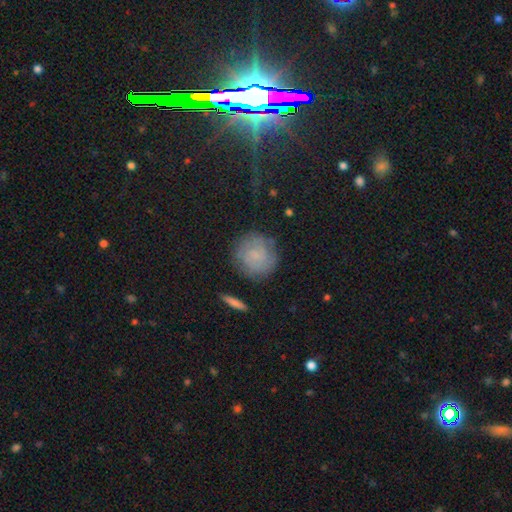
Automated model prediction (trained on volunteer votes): This appears to be a smooth galaxy with no disk features (61%) that is round (91%). Merging: none (79%).